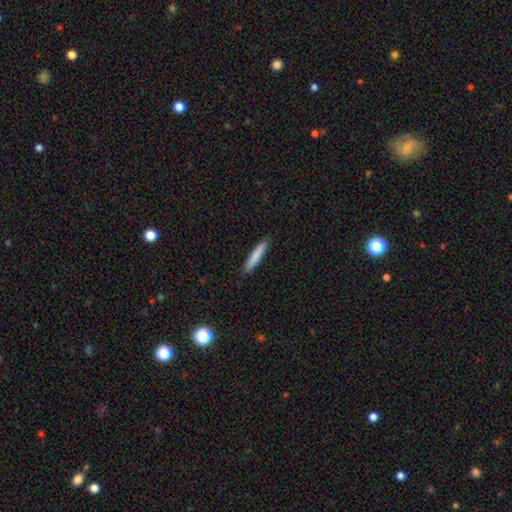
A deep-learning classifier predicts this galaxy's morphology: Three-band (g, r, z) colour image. It shows a smooth galaxy with no disk features (82%) that is cigar-shaped (92%). Merging: none (89%).